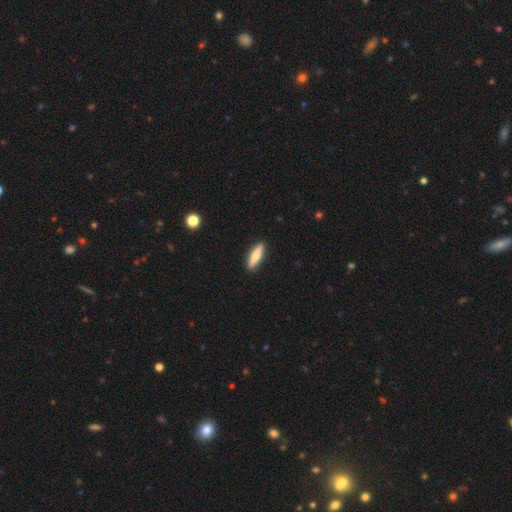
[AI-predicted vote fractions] This is likely a smooth galaxy (66%). How rounded: likely cigar-shaped (70%). Merging: clearly none (90%).